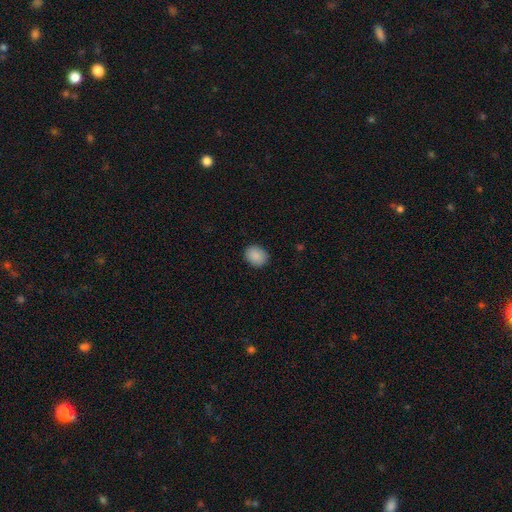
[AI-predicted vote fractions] Morphology: type=smooth (89%); roundness=round (53%); merging=none (89%).